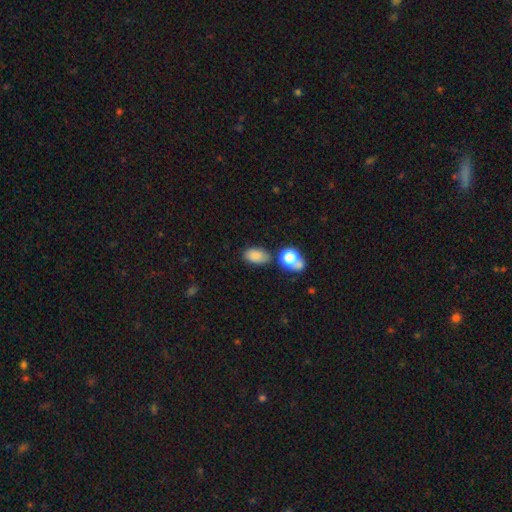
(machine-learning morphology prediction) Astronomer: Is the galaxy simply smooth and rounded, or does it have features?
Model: smooth — 80%.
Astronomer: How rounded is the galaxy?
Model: in between — 88%.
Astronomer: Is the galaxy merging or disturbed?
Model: none — 68%.